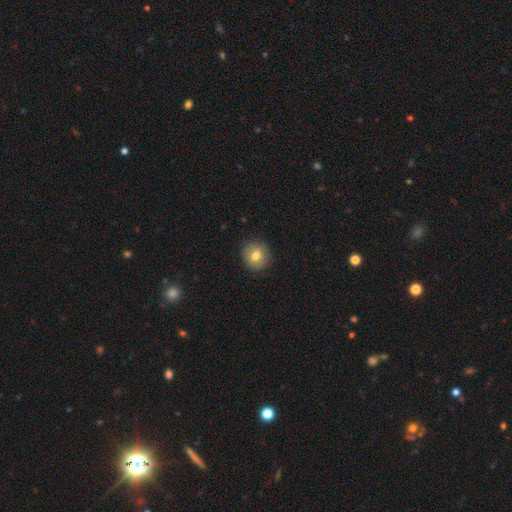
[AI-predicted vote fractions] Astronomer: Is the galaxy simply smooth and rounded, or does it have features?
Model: smooth — 75%.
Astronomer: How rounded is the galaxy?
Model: round — 90%.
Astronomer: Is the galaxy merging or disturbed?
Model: none — 88%.